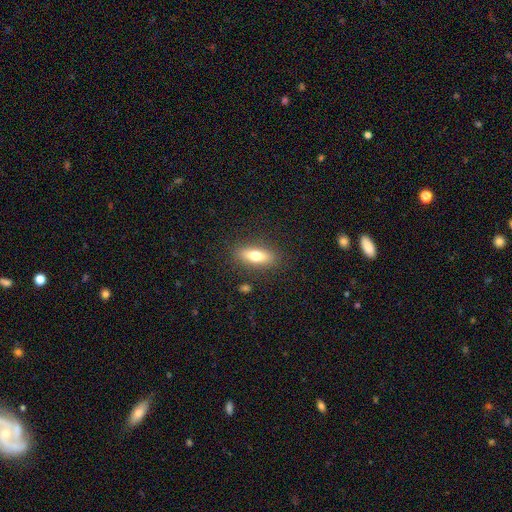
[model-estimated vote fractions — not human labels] A smooth galaxy with no disk features (69%) that is in between round and cigar-shaped (66%). Merging: none (86%).